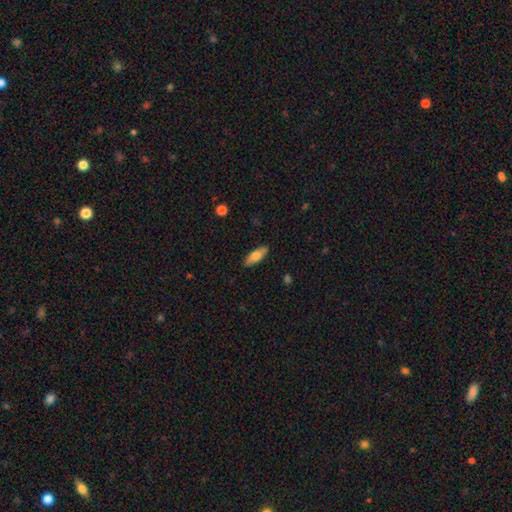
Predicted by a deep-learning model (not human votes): This is likely a smooth galaxy (72%). How rounded: likely in between (67%). Merging: clearly none (87%).